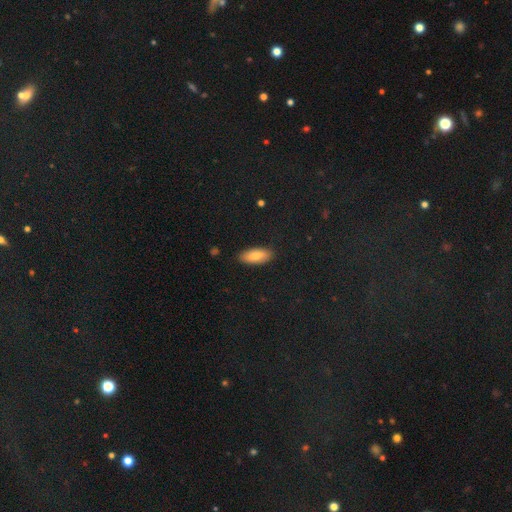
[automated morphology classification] Smooth or featured?
  - smooth: 79% *
  - featured or disk: 14%
  - star or artifact: 7%
How rounded?
  - in between: 84% *
  - cigar-shaped: 13%
  - round: 2%
Merging?
  - none: 87% *
  - minor disturbance: 10%
  - major disturbance: 2%
  - merger: 1%